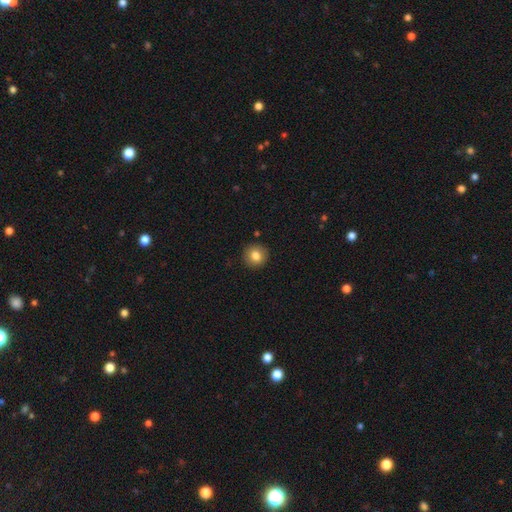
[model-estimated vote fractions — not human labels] This is clearly a smooth galaxy (83%). How rounded: clearly round (91%). Merging: clearly none (91%).